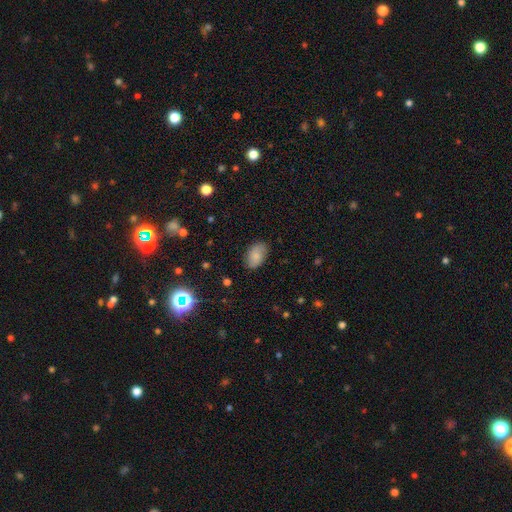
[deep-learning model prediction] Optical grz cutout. It shows a smooth galaxy with no disk features (80%) that is in between round and cigar-shaped (91%). Merging: none (83%).